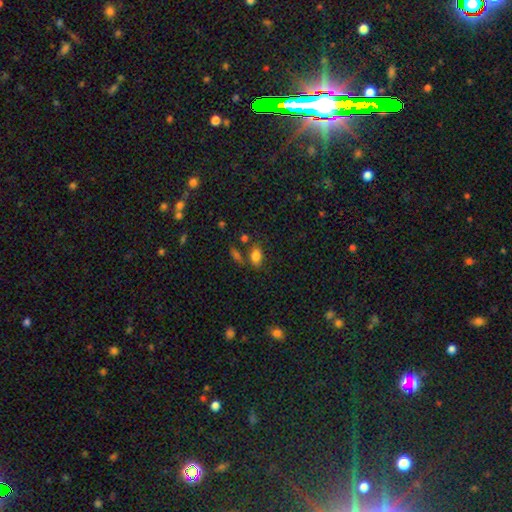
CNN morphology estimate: A smooth galaxy with no disk features (82%) that is in between round and cigar-shaped (86%).

Vote fractions:
- Smooth or featured? smooth: 82% / star or artifact: 10% / featured or disk: 7%
- How rounded? in between: 86% / round: 10% / cigar-shaped: 3%
- Merging? none: 67% / minor disturbance: 16% / merger: 12% / major disturbance: 6%